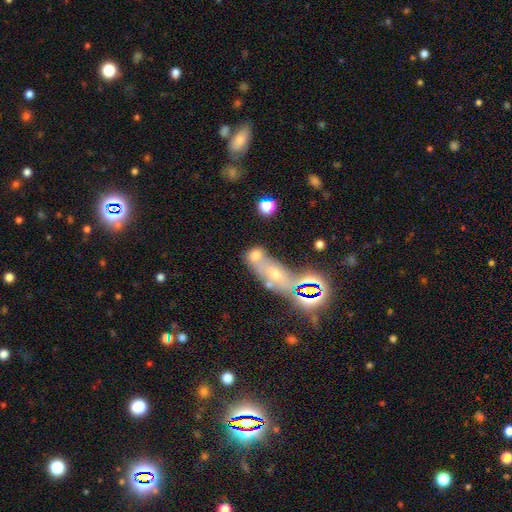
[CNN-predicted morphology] Smooth or featured?
  - smooth: 59% *
  - featured or disk: 21%
  - star or artifact: 19%
How rounded?
  - in between: 61% *
  - round: 26%
  - cigar-shaped: 13%
Merging?
  - merger: 50% *
  - none: 31%
  - minor disturbance: 11%
  - major disturbance: 8%